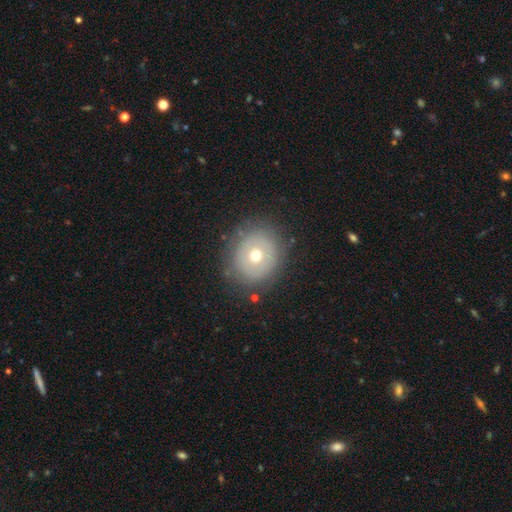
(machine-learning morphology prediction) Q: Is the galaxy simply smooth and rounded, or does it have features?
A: smooth — 54%.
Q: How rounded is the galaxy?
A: round — 80%.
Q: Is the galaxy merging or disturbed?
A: none — 83%.